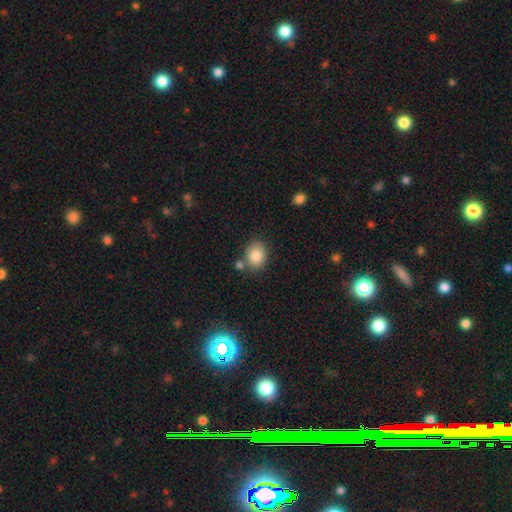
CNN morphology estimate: Q: Smooth or featured?
A: smooth (85%); runner-up: star or artifact (8%)
Q: How rounded?
A: in between (52%); runner-up: round (47%)
Q: Merging?
A: none (70%); runner-up: minor disturbance (13%)